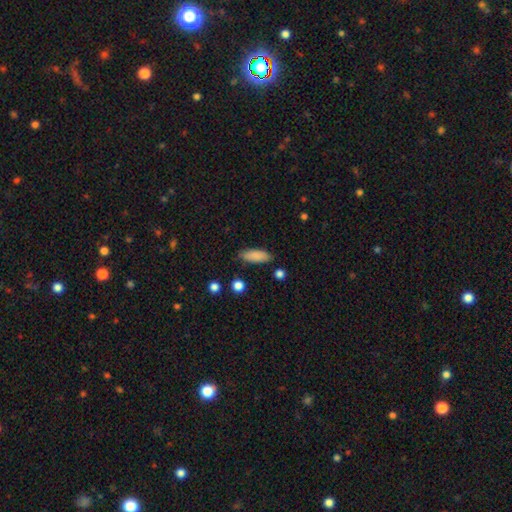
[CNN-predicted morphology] A smooth galaxy with no disk features (87%) that is in between round and cigar-shaped (68%).

Vote fractions:
- Smooth or featured? smooth: 87% / star or artifact: 7% / featured or disk: 6%
- How rounded? in between: 68% / cigar-shaped: 30% / round: 2%
- Merging? none: 82% / minor disturbance: 13% / major disturbance: 3% / merger: 2%